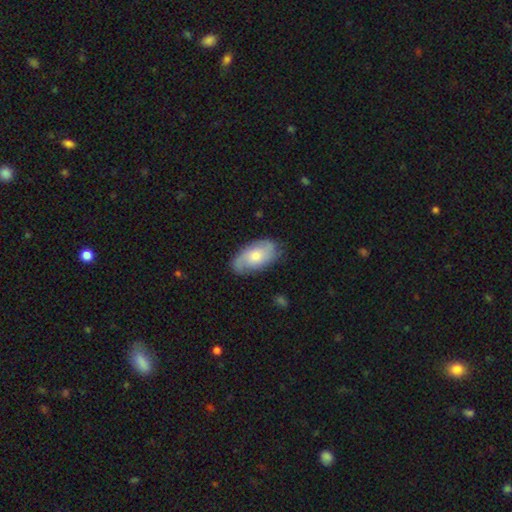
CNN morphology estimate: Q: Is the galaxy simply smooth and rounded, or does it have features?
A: featured or disk — 55%.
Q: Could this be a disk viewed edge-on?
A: no — 93%.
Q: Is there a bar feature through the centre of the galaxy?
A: no — 75%.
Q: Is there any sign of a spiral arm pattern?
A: yes — 86%.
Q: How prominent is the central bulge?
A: moderate — 57%.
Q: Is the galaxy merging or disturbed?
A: none — 76%.